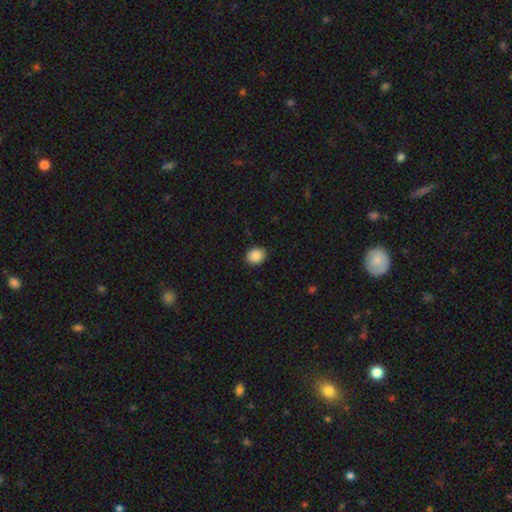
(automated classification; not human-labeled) This appears to be a smooth galaxy with no disk features (88%) that is round (62%). Merging: none (90%).